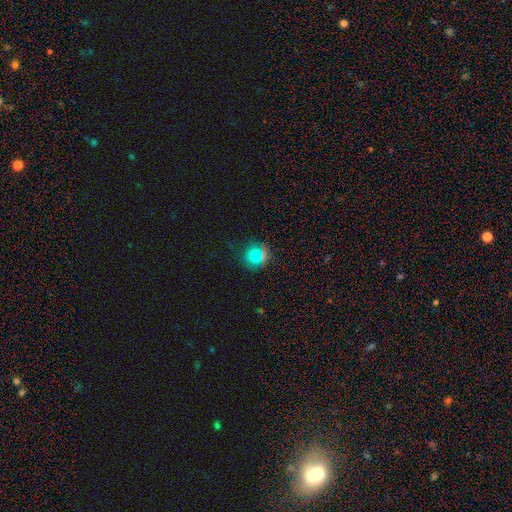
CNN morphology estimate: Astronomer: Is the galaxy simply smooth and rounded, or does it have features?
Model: smooth — 72%.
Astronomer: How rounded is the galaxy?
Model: round — 90%.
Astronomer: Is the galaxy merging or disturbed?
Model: none — 79%.